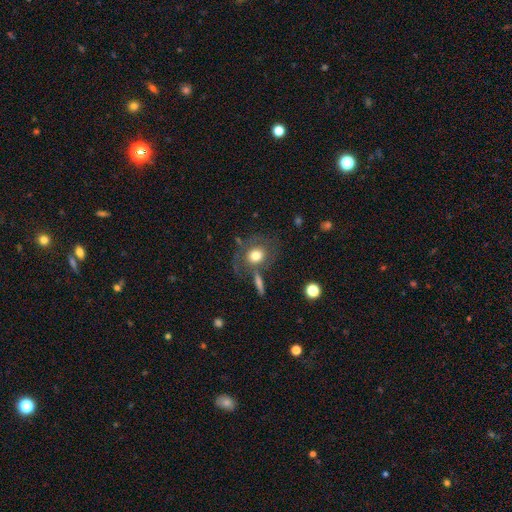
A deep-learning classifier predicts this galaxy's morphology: This appears to be a smooth galaxy with no disk features (69%) that is round (66%). Merging: none (60%).